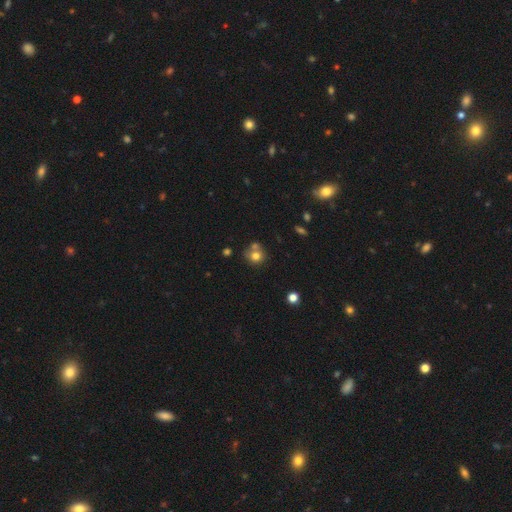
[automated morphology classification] Smooth or featured: smooth — 75% (featured or disk — 13%)
How rounded: round — 82% (in between — 17%)
Merging: none — 51% (merger — 32%)